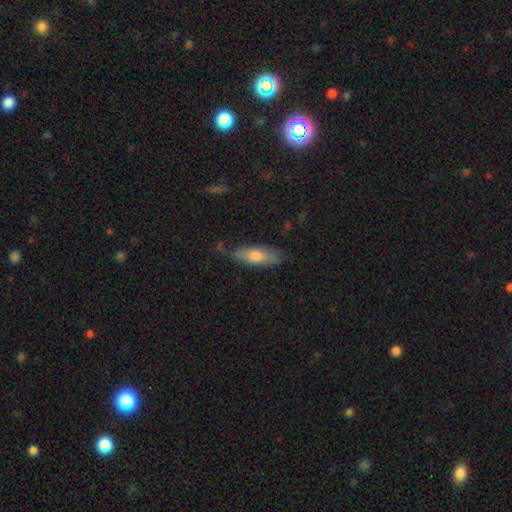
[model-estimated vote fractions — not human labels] smooth 71%, featured or disk 22%, star or artifact 6%. Down the decision tree: how rounded — in between (57%); merging — none (67%).